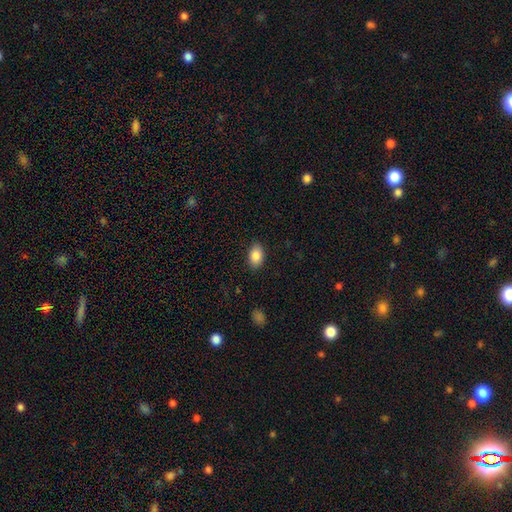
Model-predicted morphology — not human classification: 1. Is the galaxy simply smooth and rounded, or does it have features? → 86% smooth, 8% star or artifact, 6% featured or disk.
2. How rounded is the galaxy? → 88% in between, 11% round, 1% cigar-shaped.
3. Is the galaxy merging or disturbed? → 88% none, 9% minor disturbance, 2% major disturbance, 1% merger.